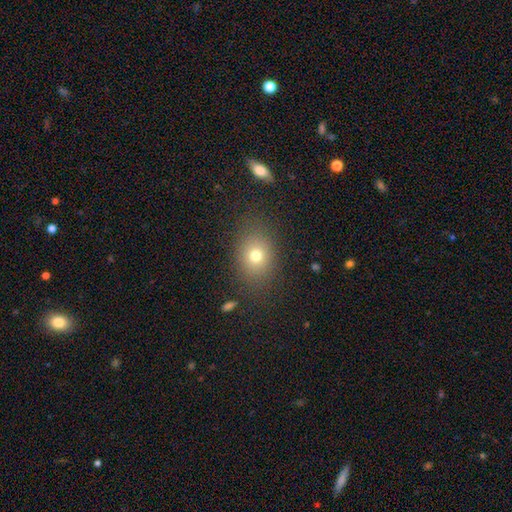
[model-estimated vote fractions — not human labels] Morphology: type=smooth (74%); roundness=in between (53%); merging=none (81%).